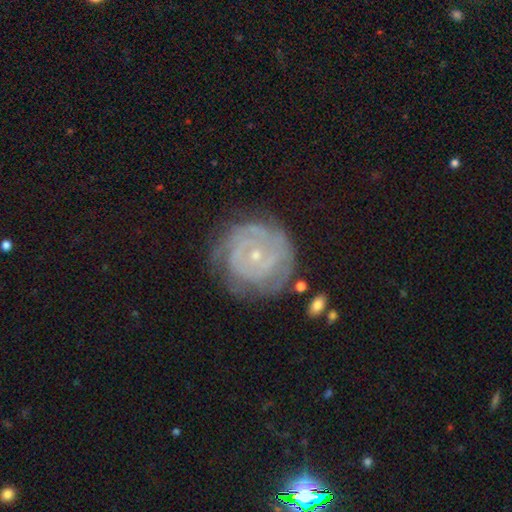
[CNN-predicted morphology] A featured or disk galaxy (78%) with no bar (73%), tight (77%) spiral arms (88%) and a small central bulge (80%). Merging: none (70%).